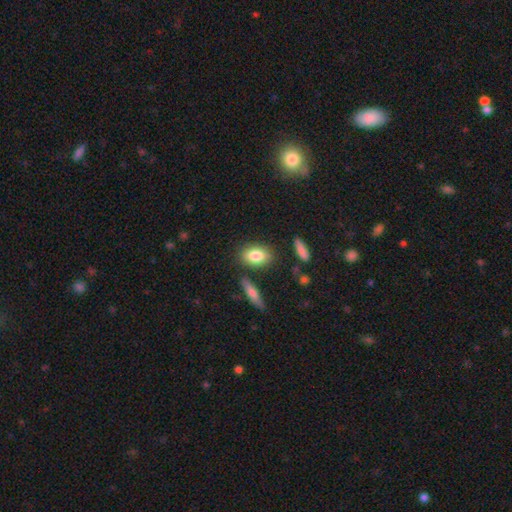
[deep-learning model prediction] smooth-or-featured: smooth: 81% | featured or disk: 12% | star or artifact: 7%
  how-rounded: in between: 83% | round: 10% | cigar-shaped: 7%
  merging: none: 79% | minor disturbance: 12% | merger: 6% | major disturbance: 3%